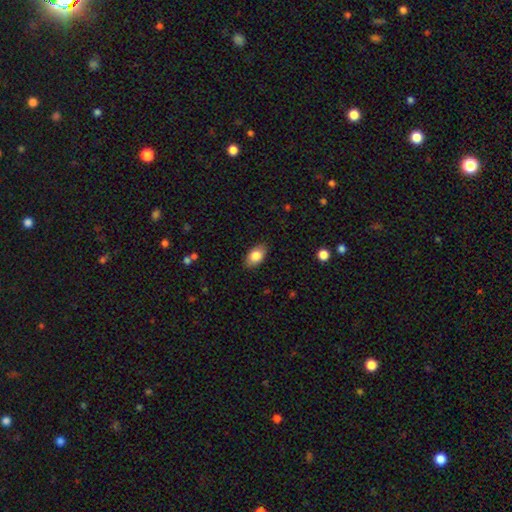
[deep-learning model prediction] Morphology: type=smooth (83%); roundness=in between (90%); merging=none (86%).